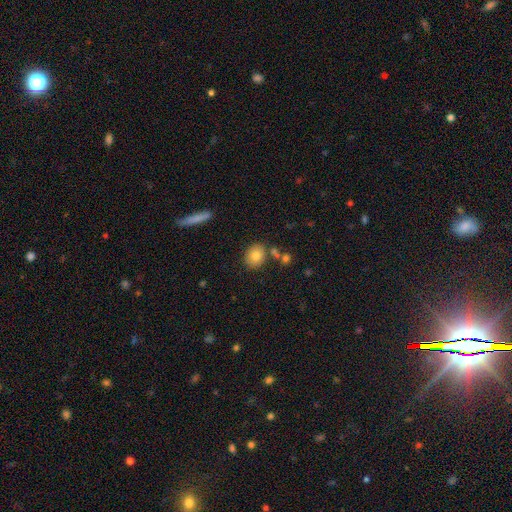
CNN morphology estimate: Smooth or featured?
  - smooth: 79% *
  - featured or disk: 11%
  - star or artifact: 9%
How rounded?
  - round: 57% *
  - in between: 42%
  - cigar-shaped: 1%
Merging?
  - none: 79% *
  - minor disturbance: 11%
  - merger: 7%
  - major disturbance: 3%